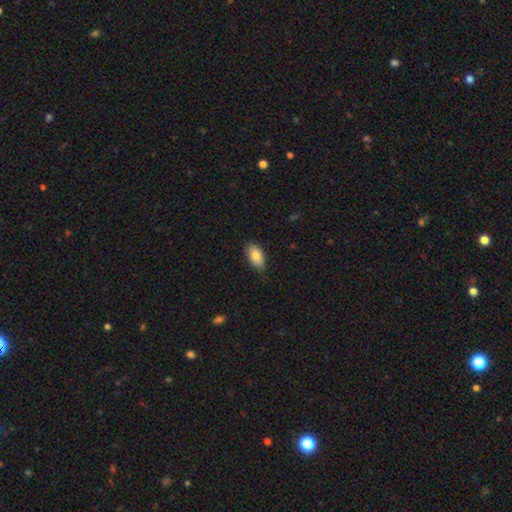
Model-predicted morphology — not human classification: Smooth or featured: smooth — 81% (featured or disk — 12%)
How rounded: in between — 92% (cigar-shaped — 4%)
Merging: none — 76% (minor disturbance — 20%)